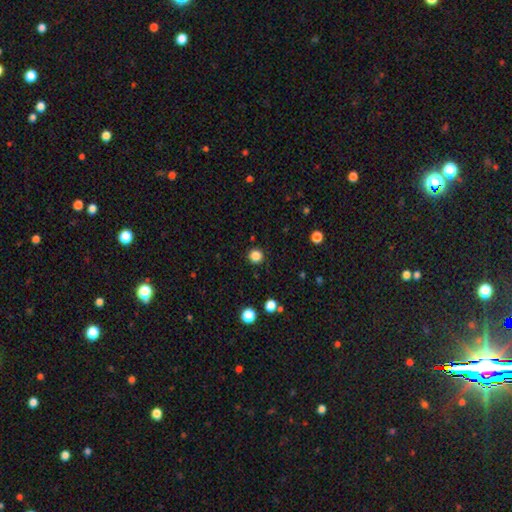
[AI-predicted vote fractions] Q: Smooth or featured?
A: smooth (84%); runner-up: star or artifact (12%)
Q: How rounded?
A: round (95%); runner-up: in between (4%)
Q: Merging?
A: none (91%); runner-up: minor disturbance (6%)